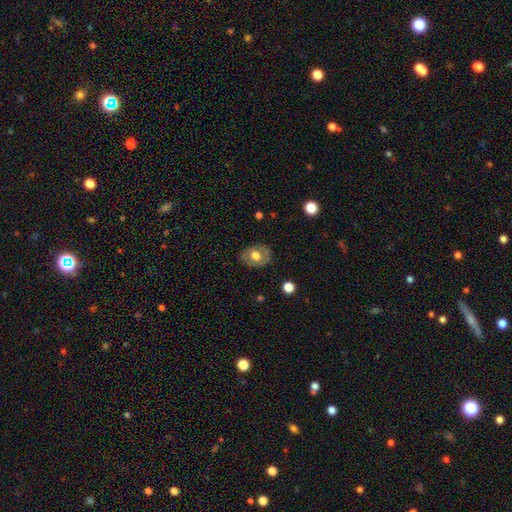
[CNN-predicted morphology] smooth_or_featured: smooth (p=0.54) [alt: featured or disk p=0.38]
how_rounded: in between (p=0.59) [alt: round p=0.40]
merging: none (p=0.79) [alt: minor disturbance p=0.15]